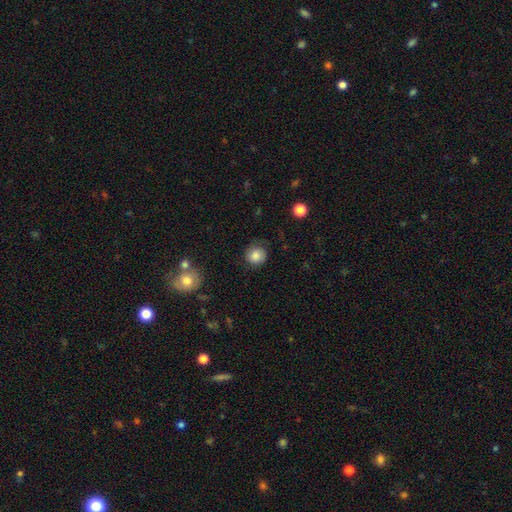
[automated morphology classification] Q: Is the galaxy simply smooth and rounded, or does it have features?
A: smooth — 83%.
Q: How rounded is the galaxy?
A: round — 84%.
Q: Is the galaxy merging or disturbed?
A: none — 76%.